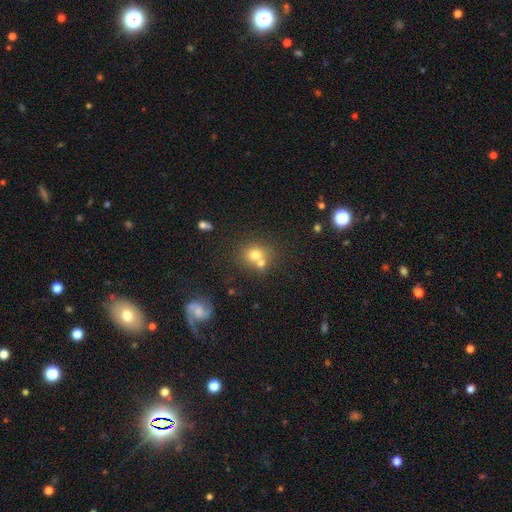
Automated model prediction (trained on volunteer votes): Smooth or featured? smooth (70%)
How rounded? round (78%)
Merging? none (46%)